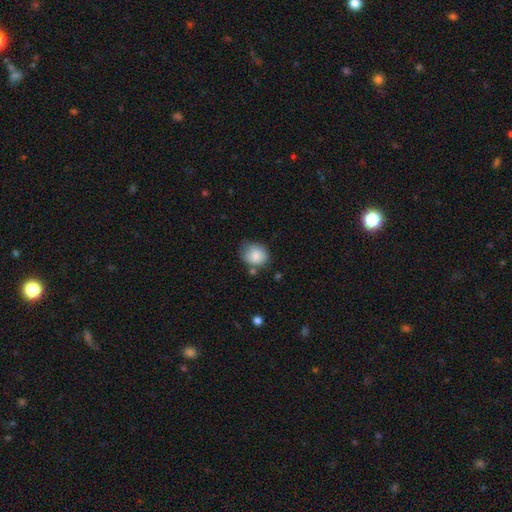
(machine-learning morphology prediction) Q: Smooth or featured?
A: smooth (84%); runner-up: featured or disk (9%)
Q: How rounded?
A: round (65%); runner-up: in between (34%)
Q: Merging?
A: none (61%); runner-up: minor disturbance (26%)